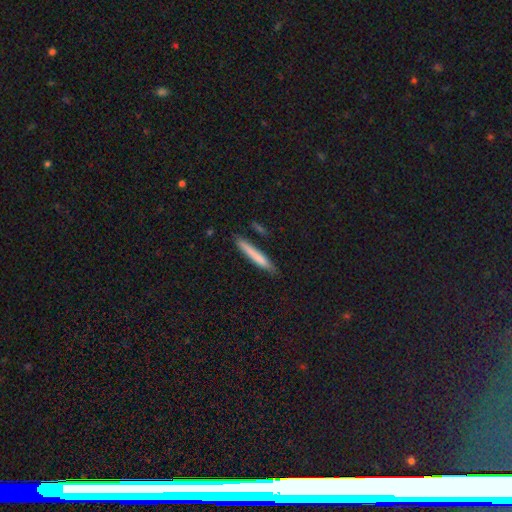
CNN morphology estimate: smooth-or-featured: smooth: 74% | featured or disk: 20% | star or artifact: 6%
  how-rounded: cigar-shaped: 95% | in between: 4% | round: 1%
  merging: none: 82% | minor disturbance: 13% | merger: 3% | major disturbance: 2%